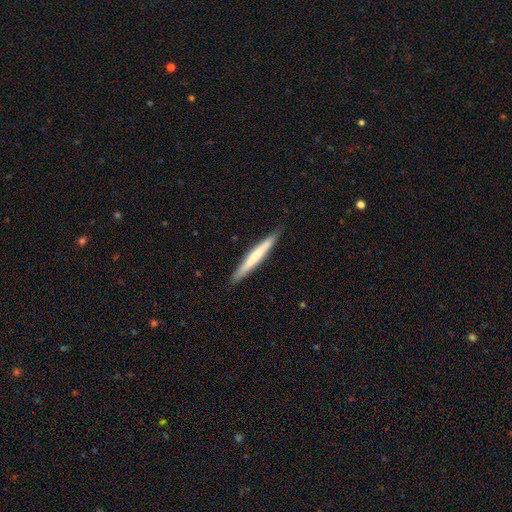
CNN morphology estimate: type=smooth (56%); roundness=cigar-shaped (96%); merging=none (89%).